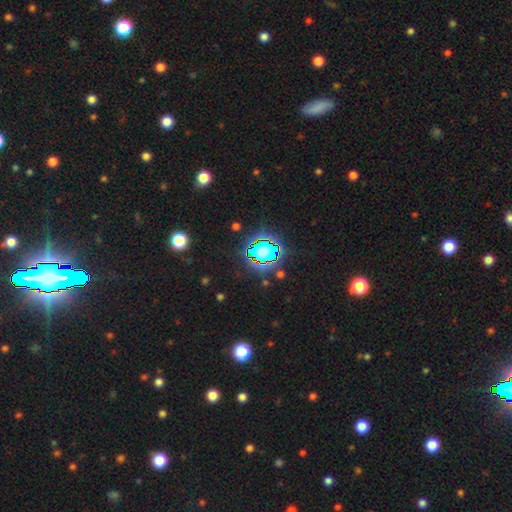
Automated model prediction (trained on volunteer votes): Morphology: type=star or artifact (77%).